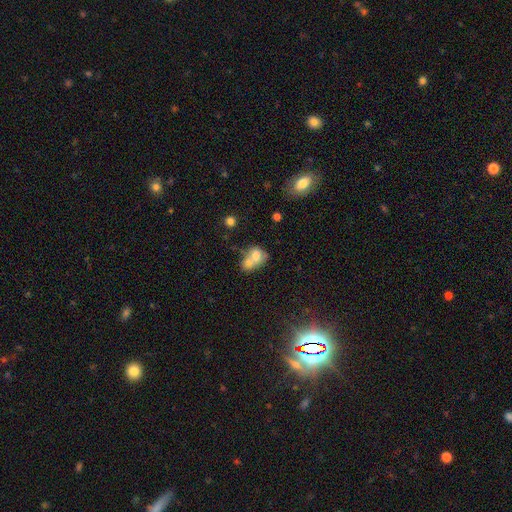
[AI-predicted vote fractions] A smooth galaxy with no disk features (68%) that is round (52%).

Vote fractions:
- Smooth or featured? smooth: 68% / featured or disk: 22% / star or artifact: 10%
- How rounded? round: 52% / in between: 47% / cigar-shaped: 1%
- Merging? merger: 71% / none: 18% / minor disturbance: 7% / major disturbance: 4%